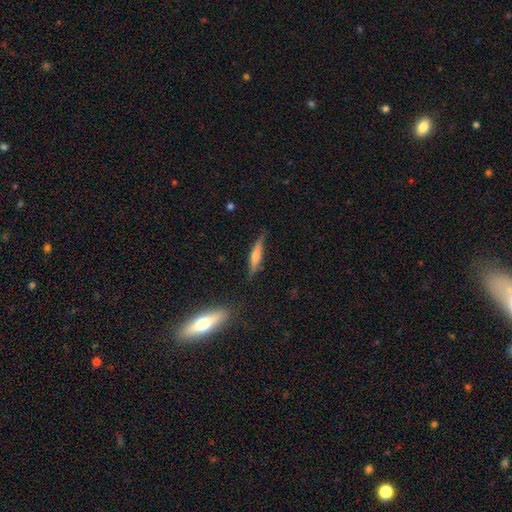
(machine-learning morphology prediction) Smooth or featured?
  - featured or disk: 56% *
  - smooth: 37%
  - star or artifact: 7%
Edge-on disk?
  - yes: 94% *
  - no: 6%
Edge-on bulge?
  - rounded: 75% *
  - boxy: 13%
  - none: 12%
Merging?
  - none: 79% *
  - minor disturbance: 15%
  - major disturbance: 3%
  - merger: 2%